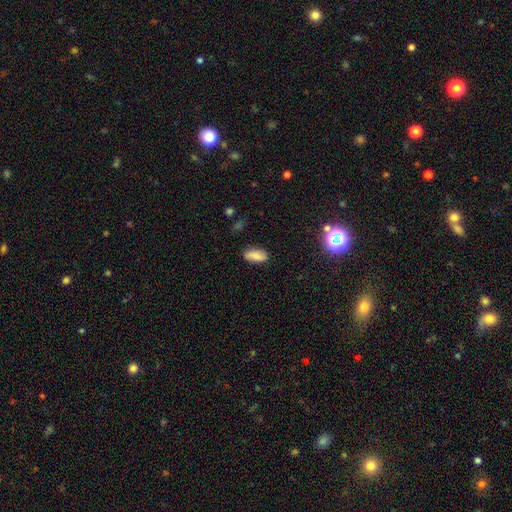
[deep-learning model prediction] Smooth or featured? Predicted: smooth (p=0.83). How rounded? Predicted: in between (p=0.84). Merging? Predicted: none (p=0.82).